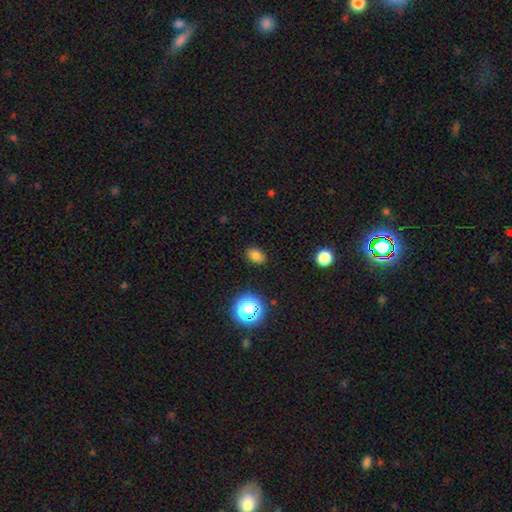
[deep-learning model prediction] The model was most divided on "how rounded": in between: 74%, round: 25%, cigar-shaped: 1%. More confident: merging — none (87%); smooth or featured — smooth (78%).